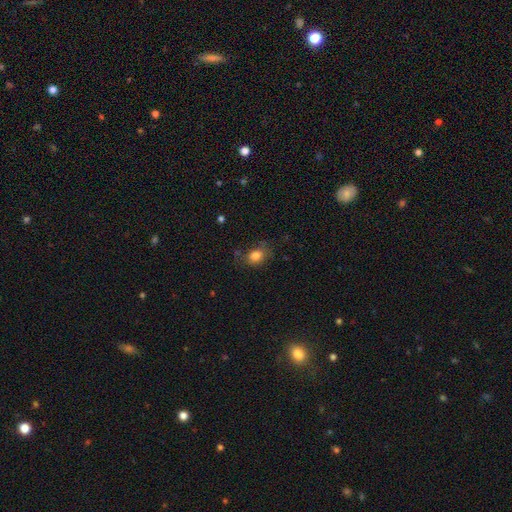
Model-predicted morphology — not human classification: A smooth galaxy with no disk features (81%) that is in between round and cigar-shaped (63%).

Vote fractions:
- Smooth or featured? smooth: 81% / star or artifact: 10% / featured or disk: 9%
- How rounded? in between: 63% / round: 36% / cigar-shaped: 1%
- Merging? none: 66% / minor disturbance: 23% / major disturbance: 9% / merger: 3%